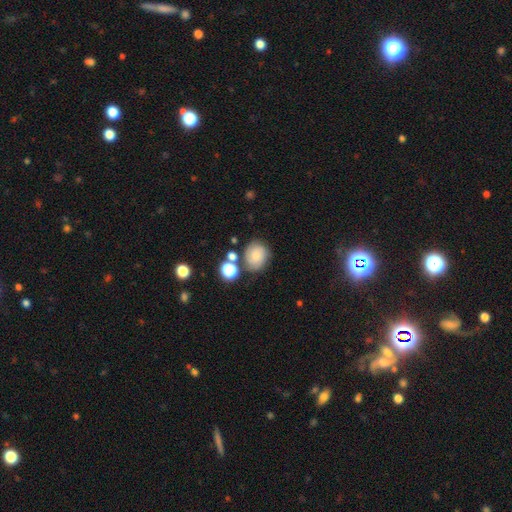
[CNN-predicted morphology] A smooth galaxy with no disk features (57%) that is round (72%). Merging: none (65%).